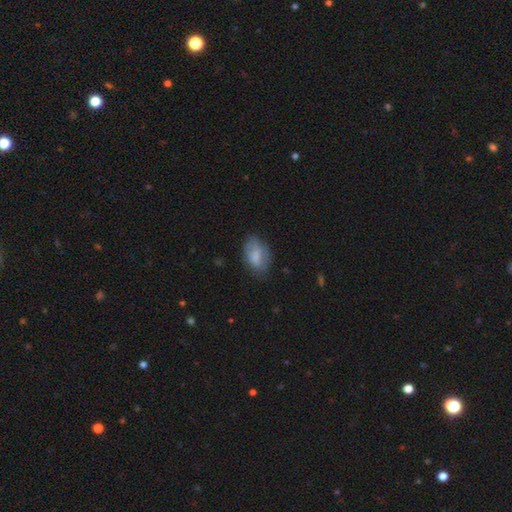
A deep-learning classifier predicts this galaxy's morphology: A smooth galaxy with no disk features (73%) that is in between round and cigar-shaped (90%). Merging: none (63%).